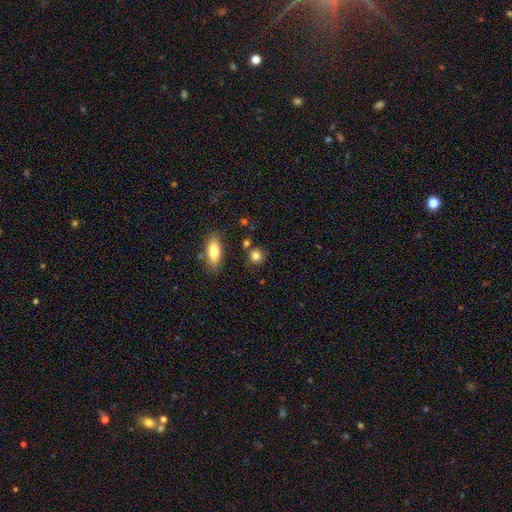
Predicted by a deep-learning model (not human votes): smooth-or-featured: smooth: 83% | star or artifact: 10% | featured or disk: 7%
  how-rounded: round: 81% | in between: 16% | cigar-shaped: 3%
  merging: none: 79% | minor disturbance: 10% | merger: 8% | major disturbance: 3%